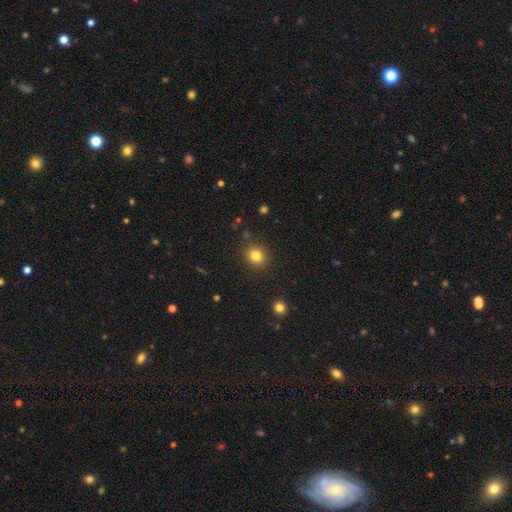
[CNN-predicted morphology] Smooth or featured?
  - smooth: 81% *
  - star or artifact: 13%
  - featured or disk: 6%
How rounded?
  - round: 83% *
  - in between: 16%
  - cigar-shaped: 1%
Merging?
  - none: 88% *
  - minor disturbance: 7%
  - major disturbance: 2%
  - merger: 2%